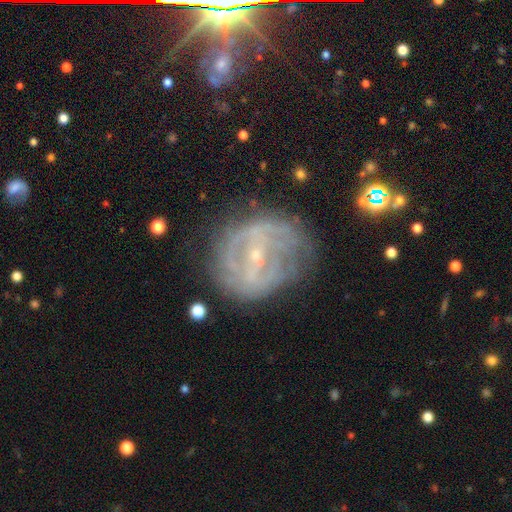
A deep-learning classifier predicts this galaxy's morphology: This is likely a featured or disk galaxy (75%). It is clearly not viewed edge-on (96%). Bar: possibly weak (46%). Spiral arm pattern: likely yes (71%). Spiral arm count: possibly can't tell (49%). Spiral winding: possibly tight (51%). Central bulge: likely small (78%). Merging: likely none (62%).